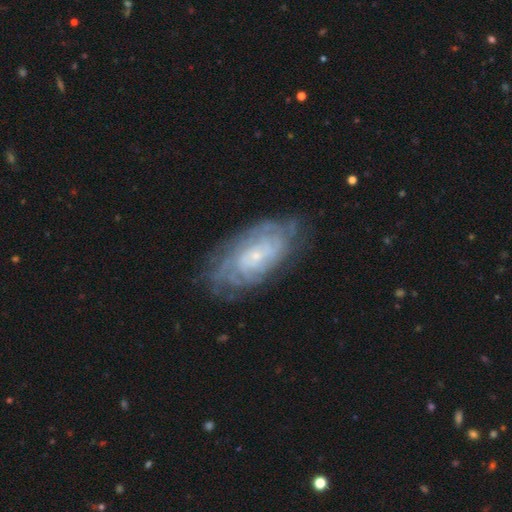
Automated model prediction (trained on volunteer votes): Smooth or featured?
  - featured or disk: 80% *
  - smooth: 13%
  - star or artifact: 7%
Edge-on disk?
  - no: 93% *
  - yes: 7%
Bar?
  - no: 69% *
  - weak: 25%
  - strong: 6%
Spiral arms?
  - yes: 93% *
  - no: 7%
Spiral winding?
  - tight: 76% *
  - medium: 19%
  - loose: 5%
Spiral arm count?
  - can't tell: 50% *
  - 4: 13%
  - more than 4: 12%
  - 2: 11%
  - 3: 9%
  - 1: 5%
Bulge size?
  - small: 80% *
  - moderate: 14%
  - none: 4%
  - large: 1%
  - dominant: 1%
Merging?
  - none: 75% *
  - minor disturbance: 17%
  - major disturbance: 6%
  - merger: 2%